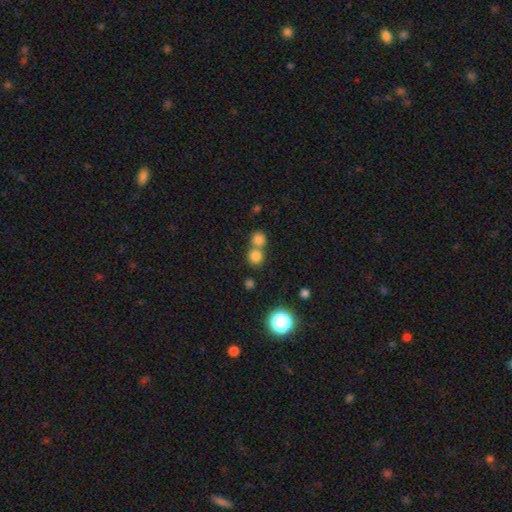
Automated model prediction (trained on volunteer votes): Overall: smooth (78%). How rounded: round (87%). Merging: none (49%; merger 43%).